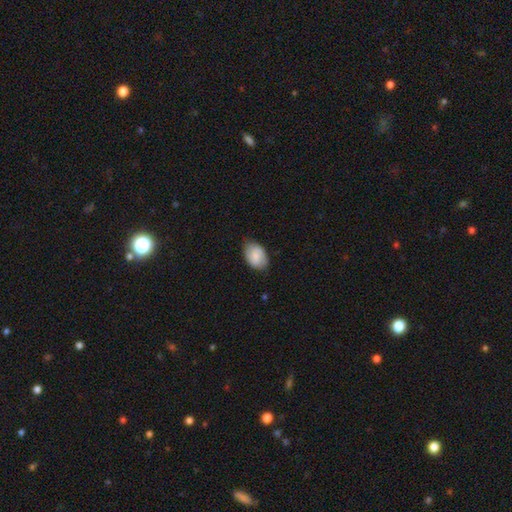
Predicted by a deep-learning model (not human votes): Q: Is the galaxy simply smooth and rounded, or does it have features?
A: smooth — 74%.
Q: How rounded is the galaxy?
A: in between — 89%.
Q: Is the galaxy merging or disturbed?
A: none — 77%.